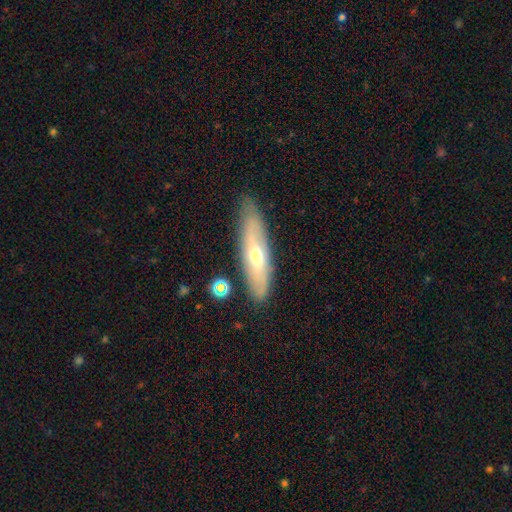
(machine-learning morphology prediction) Q: Smooth or featured?
A: featured or disk (53%); runner-up: smooth (40%)
Q: Edge-on disk?
A: yes (51%); runner-up: no (49%)
Q: Merging?
A: none (81%); runner-up: minor disturbance (13%)